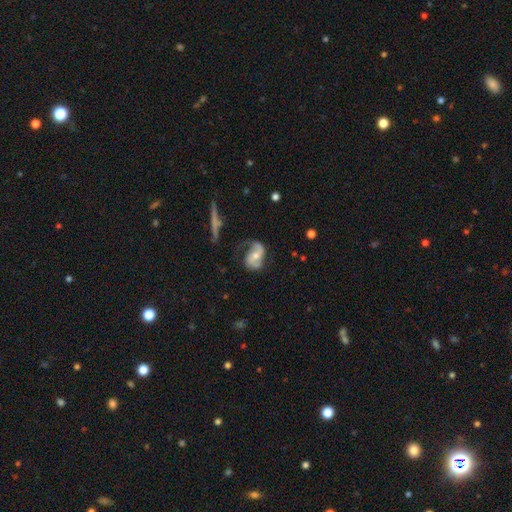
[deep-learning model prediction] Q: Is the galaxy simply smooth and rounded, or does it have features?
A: featured or disk — 73%.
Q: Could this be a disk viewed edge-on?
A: no — 96%.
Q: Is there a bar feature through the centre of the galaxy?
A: no — 56%.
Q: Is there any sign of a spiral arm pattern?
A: yes — 89%.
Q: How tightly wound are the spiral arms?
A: loose — 42%.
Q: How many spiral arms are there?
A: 2 — 79%.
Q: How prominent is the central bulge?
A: moderate — 63%.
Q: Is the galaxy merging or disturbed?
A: none — 54%.